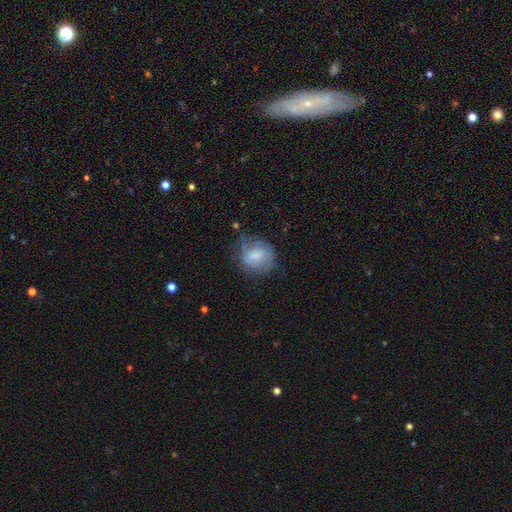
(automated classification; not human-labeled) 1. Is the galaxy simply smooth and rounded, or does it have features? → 59% smooth, 33% featured or disk, 9% star or artifact.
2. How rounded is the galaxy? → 62% round, 36% in between, 2% cigar-shaped.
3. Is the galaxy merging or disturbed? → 49% none, 31% minor disturbance, 18% major disturbance, 3% merger.